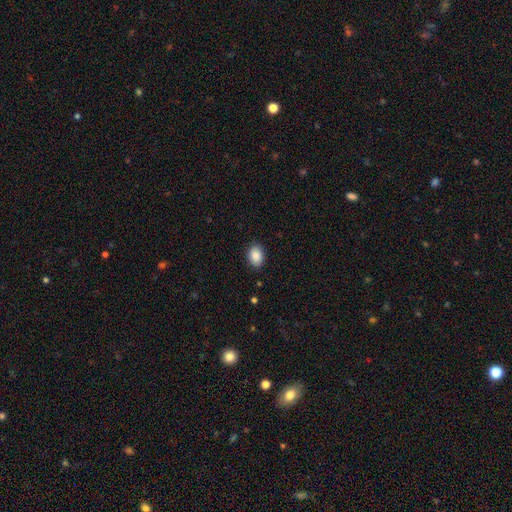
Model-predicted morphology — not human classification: Overall: smooth (89%). How rounded: in between (79%). Merging: none (88%).